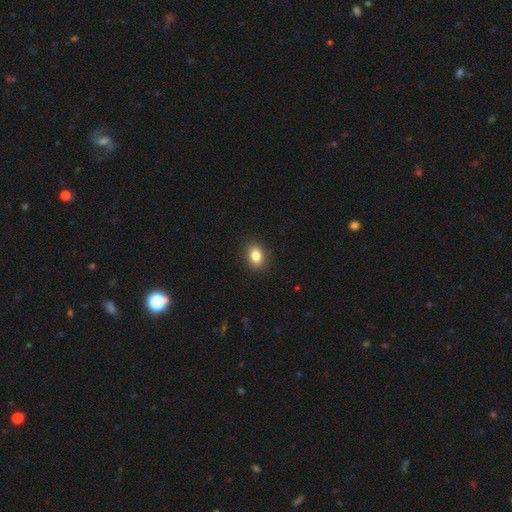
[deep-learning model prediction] Smooth or featured? smooth (83%)
How rounded? in between (71%)
Merging? none (90%)